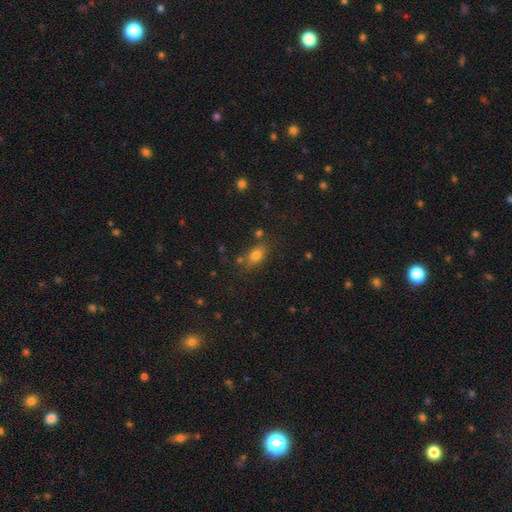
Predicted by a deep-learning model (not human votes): smooth_or_featured: smooth (p=0.78) [alt: star or artifact p=0.12]
how_rounded: in between (p=0.80) [alt: round p=0.15]
merging: none (p=0.70) [alt: minor disturbance p=0.16]